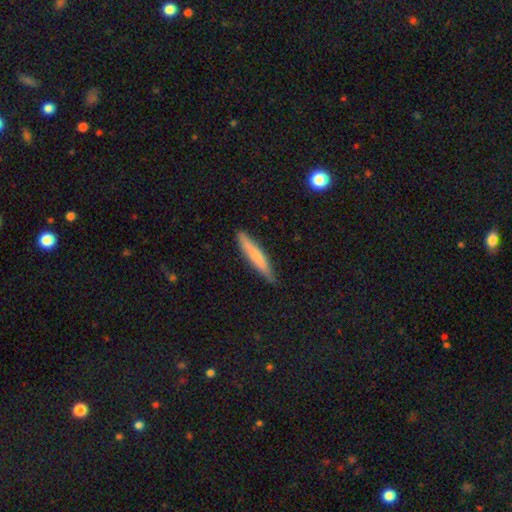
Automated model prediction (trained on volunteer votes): A smooth galaxy with no disk features (71%) that is cigar-shaped (93%).

Vote fractions:
- Smooth or featured? smooth: 71% / featured or disk: 23% / star or artifact: 6%
- How rounded? cigar-shaped: 93% / in between: 6% / round: 1%
- Merging? none: 85% / minor disturbance: 12% / major disturbance: 2% / merger: 1%